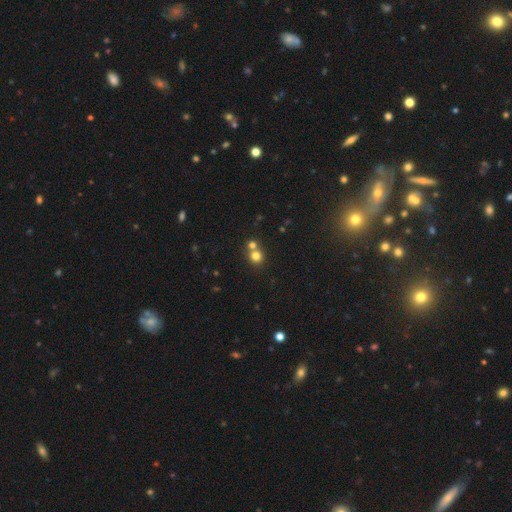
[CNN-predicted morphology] smooth-or-featured: smooth: 77% | star or artifact: 15% | featured or disk: 9%
  how-rounded: round: 88% | in between: 11% | cigar-shaped: 1%
  merging: none: 53% | merger: 39% | minor disturbance: 6% | major disturbance: 2%